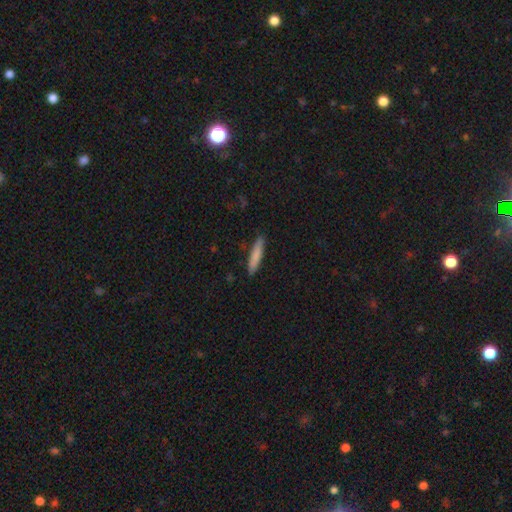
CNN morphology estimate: A smooth galaxy with no disk features (80%) that is cigar-shaped (90%). Merging: none (88%).